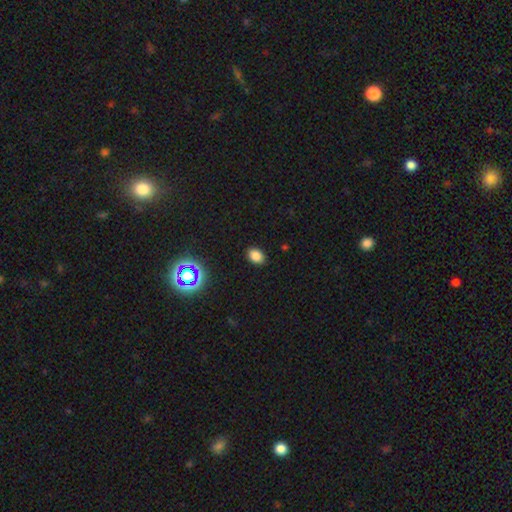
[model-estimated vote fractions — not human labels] A smooth galaxy with no disk features (81%) that is in between round and cigar-shaped (75%). Merging: none (89%).